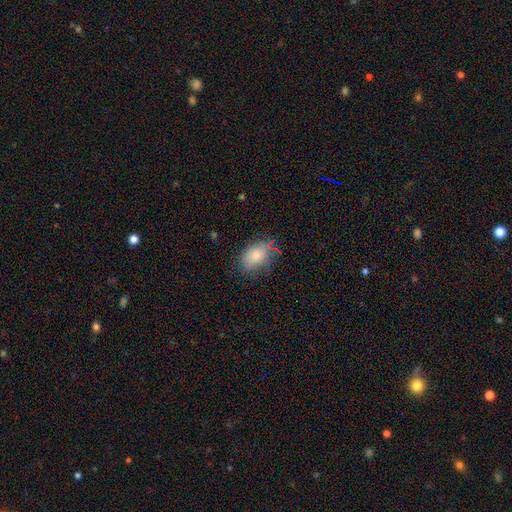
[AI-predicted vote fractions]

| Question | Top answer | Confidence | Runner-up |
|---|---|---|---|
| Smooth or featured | smooth | 81% | featured or disk (11%) |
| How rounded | in between | 87% | round (11%) |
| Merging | none | 68% | minor disturbance (24%) |